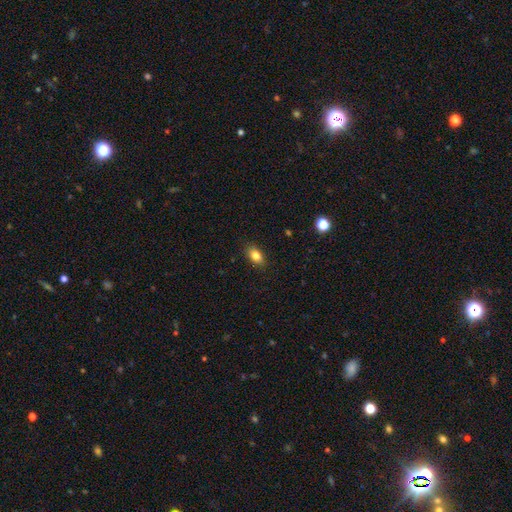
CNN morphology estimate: Overall: smooth (82%). How rounded: in between (83%). Merging: none (87%).